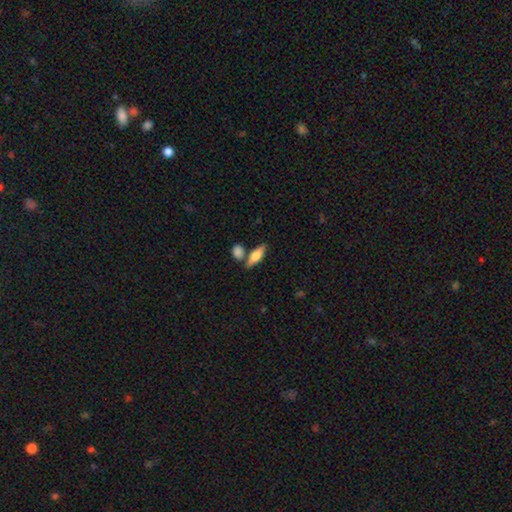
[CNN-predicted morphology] smooth_or_featured: smooth (p=0.61) [alt: featured or disk p=0.33]
how_rounded: in between (p=0.54) [alt: cigar-shaped p=0.42]
merging: none (p=0.69) [alt: merger p=0.16]